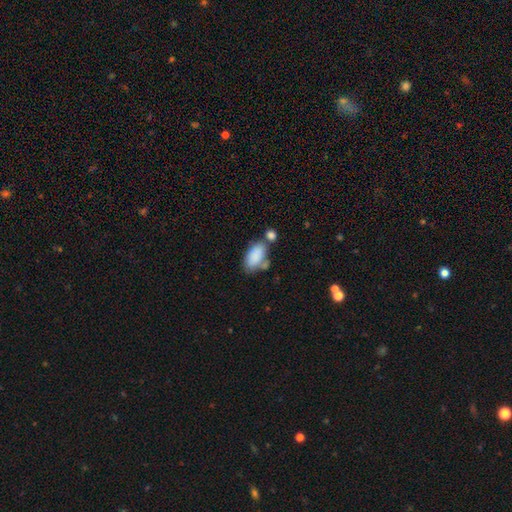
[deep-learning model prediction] Smooth or featured: smooth — 84% (featured or disk — 9%)
How rounded: in between — 93% (cigar-shaped — 3%)
Merging: none — 45% (merger — 31%)